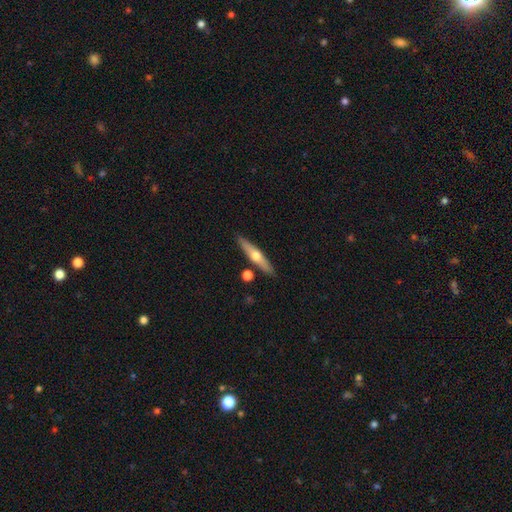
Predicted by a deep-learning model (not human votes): Q: Smooth or featured?
A: featured or disk (53%); runner-up: smooth (41%)
Q: Edge-on disk?
A: yes (91%); runner-up: no (9%)
Q: Merging?
A: none (85%); runner-up: minor disturbance (8%)